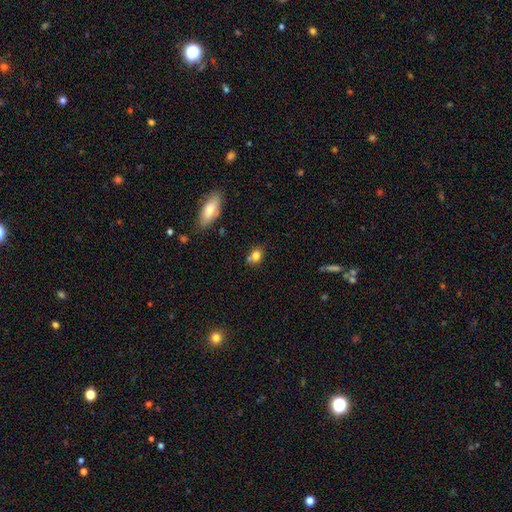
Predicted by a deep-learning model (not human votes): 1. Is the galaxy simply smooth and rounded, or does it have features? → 79% smooth, 12% star or artifact, 10% featured or disk.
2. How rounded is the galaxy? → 60% round, 39% in between, 2% cigar-shaped.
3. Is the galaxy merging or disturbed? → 59% none, 22% merger, 15% minor disturbance, 4% major disturbance.